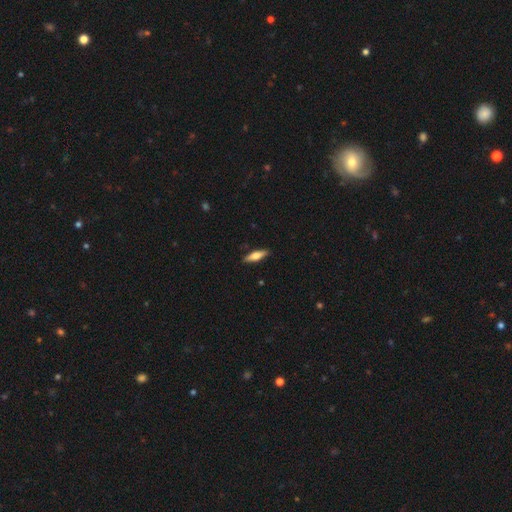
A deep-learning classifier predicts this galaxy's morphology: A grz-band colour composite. It shows a smooth galaxy with no disk features (55%) that is cigar-shaped (62%). Merging: none (89%).